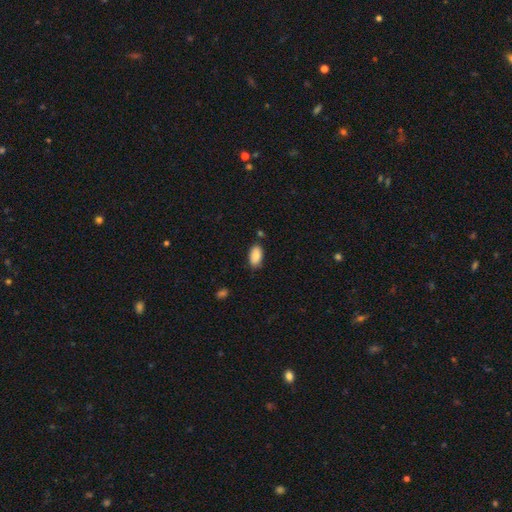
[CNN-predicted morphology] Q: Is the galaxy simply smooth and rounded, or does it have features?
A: smooth — 87%.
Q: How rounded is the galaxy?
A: in between — 94%.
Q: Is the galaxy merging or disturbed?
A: none — 81%.